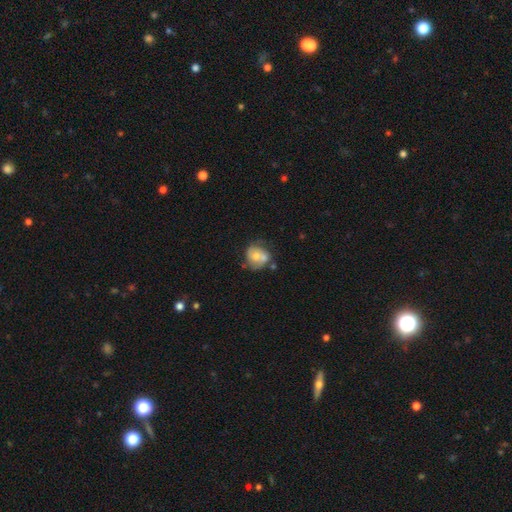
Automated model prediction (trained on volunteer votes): A smooth galaxy with no disk features (50%).

Vote fractions:
- Smooth or featured? smooth: 50% / featured or disk: 42% / star or artifact: 8%
- Merging? none: 44% / minor disturbance: 23% / merger: 23% / major disturbance: 10%